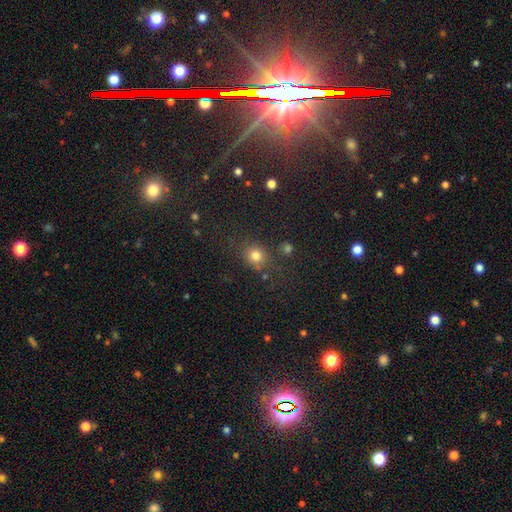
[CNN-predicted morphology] A smooth galaxy with no disk features (77%) that is round (79%). Merging: none (72%).